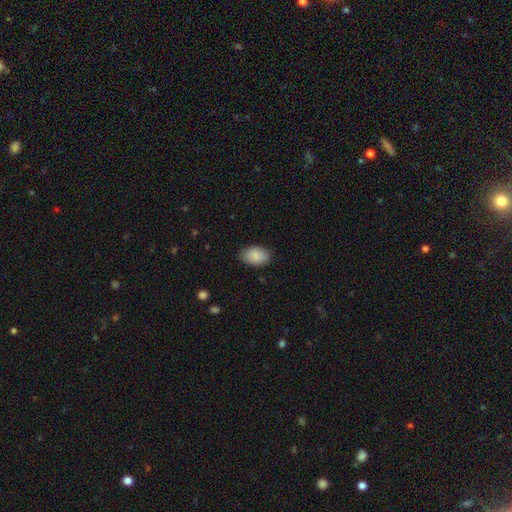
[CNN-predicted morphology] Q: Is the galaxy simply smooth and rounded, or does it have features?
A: smooth — 88%.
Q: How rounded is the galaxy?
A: in between — 91%.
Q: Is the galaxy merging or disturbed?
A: none — 85%.